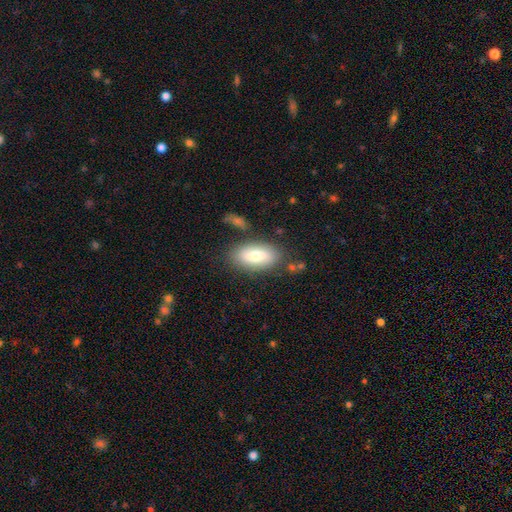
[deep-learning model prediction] A smooth galaxy with no disk features (71%) that is in between round and cigar-shaped (90%).

Vote fractions:
- Smooth or featured? smooth: 71% / featured or disk: 23% / star or artifact: 7%
- How rounded? in between: 90% / cigar-shaped: 6% / round: 3%
- Merging? none: 78% / minor disturbance: 14% / merger: 5% / major disturbance: 4%